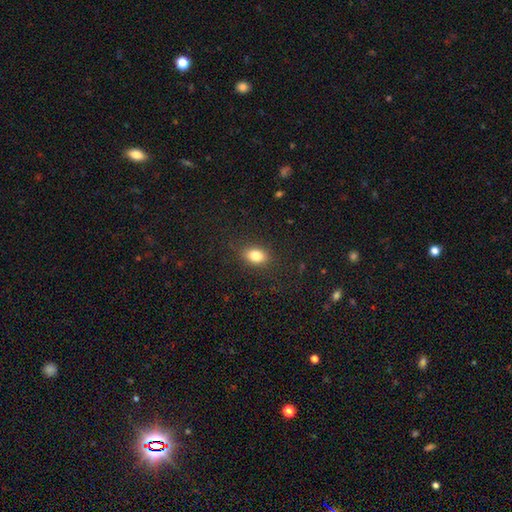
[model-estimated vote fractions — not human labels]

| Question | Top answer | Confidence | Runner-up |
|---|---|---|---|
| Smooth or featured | smooth | 82% | star or artifact (10%) |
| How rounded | in between | 78% | round (20%) |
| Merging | none | 85% | minor disturbance (10%) |